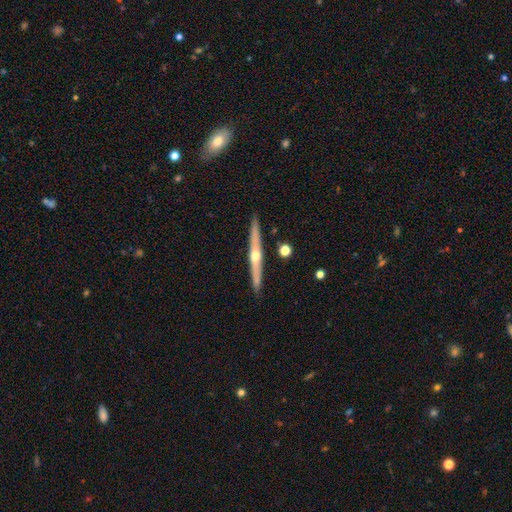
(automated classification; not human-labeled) A featured or disk galaxy (76%) viewed edge-on (98%) with a rounded central bulge (90%).

Vote fractions:
- Smooth or featured? featured or disk: 76% / smooth: 18% / star or artifact: 6%
- Edge-on disk? yes: 98% / no: 2%
- Edge-on bulge? rounded: 90% / none: 8% / boxy: 2%
- Merging? none: 91% / minor disturbance: 6% / merger: 2% / major disturbance: 1%